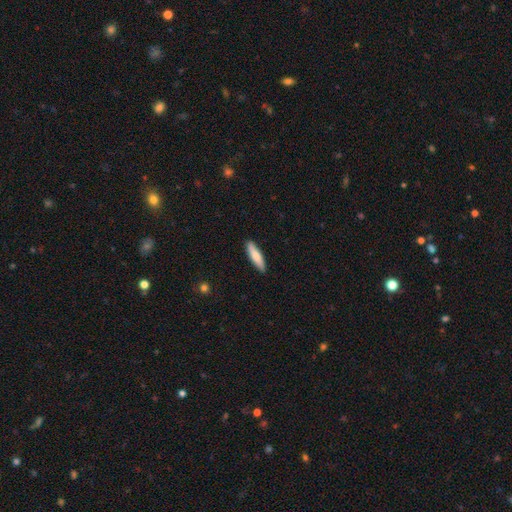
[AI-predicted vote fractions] A smooth galaxy with no disk features (78%) that is cigar-shaped (74%).

Vote fractions:
- Smooth or featured? smooth: 78% / featured or disk: 17% / star or artifact: 5%
- How rounded? cigar-shaped: 74% / in between: 24% / round: 1%
- Merging? none: 89% / minor disturbance: 8% / major disturbance: 2% / merger: 1%